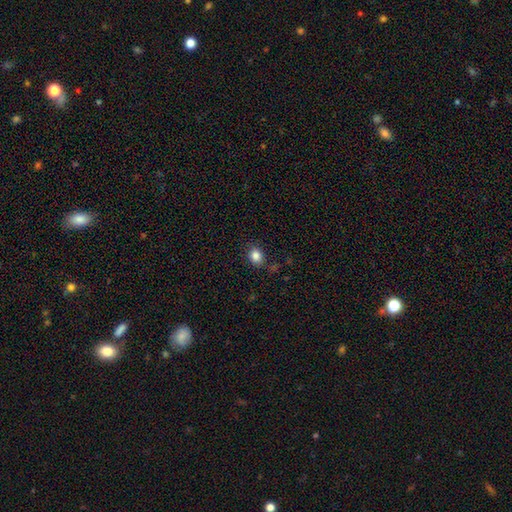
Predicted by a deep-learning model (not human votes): This appears to be a smooth galaxy with no disk features (85%) that is in between round and cigar-shaped (51%). Merging: none (83%).